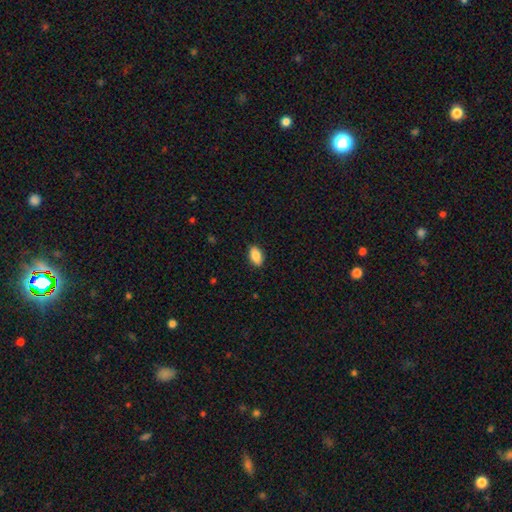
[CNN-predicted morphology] This appears to be a smooth galaxy with no disk features (86%) that is in between round and cigar-shaped (91%). Merging: none (88%).